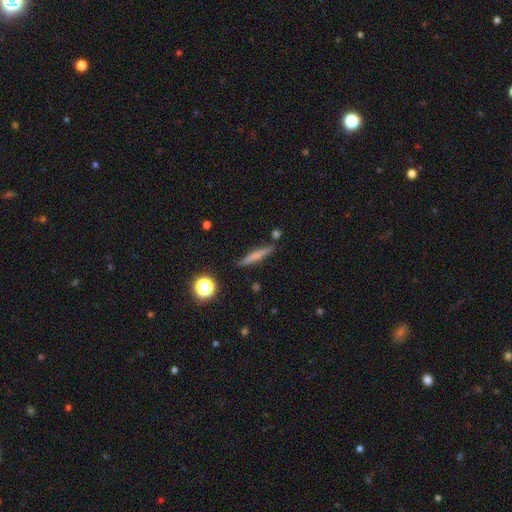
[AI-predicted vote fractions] Q: Smooth or featured?
A: smooth (59%); runner-up: featured or disk (32%)
Q: How rounded?
A: cigar-shaped (90%); runner-up: in between (7%)
Q: Merging?
A: none (85%); runner-up: minor disturbance (9%)